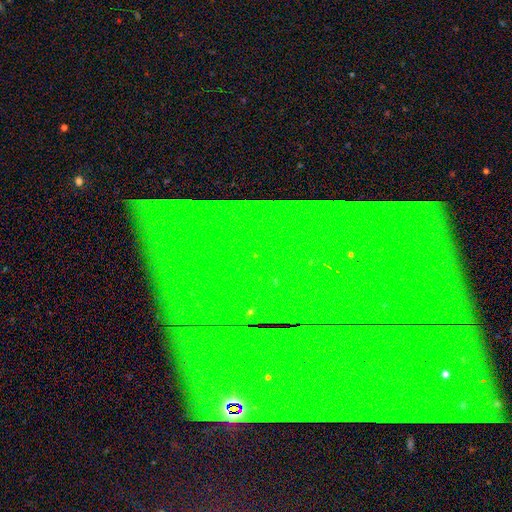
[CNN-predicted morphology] A star or artifact, not a galaxy (84%).

Vote fractions:
- Smooth or featured? star or artifact: 84% / featured or disk: 9% / smooth: 7%